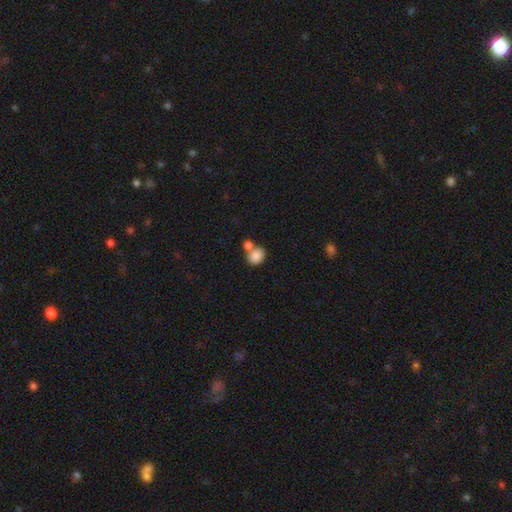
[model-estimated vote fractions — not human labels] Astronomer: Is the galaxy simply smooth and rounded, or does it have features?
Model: smooth — 85%.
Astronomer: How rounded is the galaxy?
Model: round — 54% (runner-up: in between, 45%).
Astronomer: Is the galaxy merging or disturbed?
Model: none — 50% (runner-up: merger, 37%).